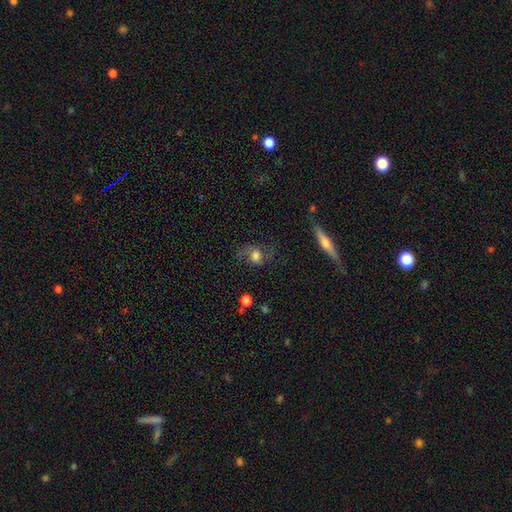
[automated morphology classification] type=smooth (45%); merging=none (55%).